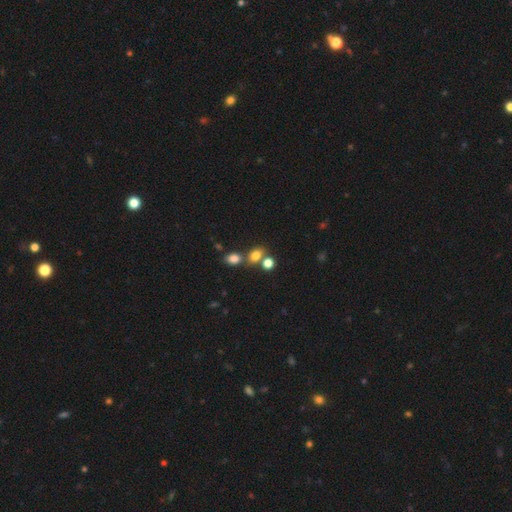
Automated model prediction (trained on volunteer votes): smooth 76%, star or artifact 15%, featured or disk 9%. Down the decision tree: how rounded — in between (58%); merging — none (50%).